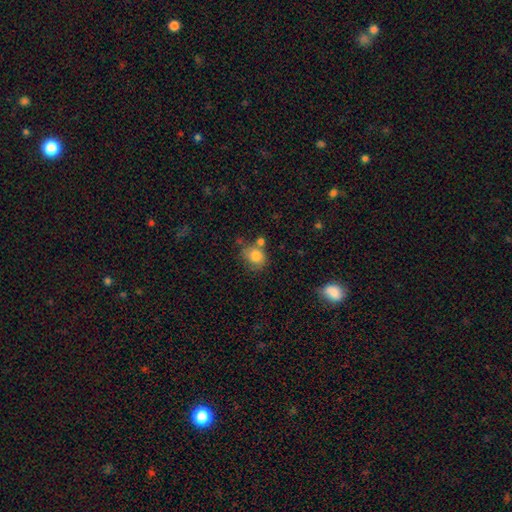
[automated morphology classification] smooth 81%, featured or disk 9%, star or artifact 9%. Down the decision tree: how rounded — round (65%); merging — none (52%).